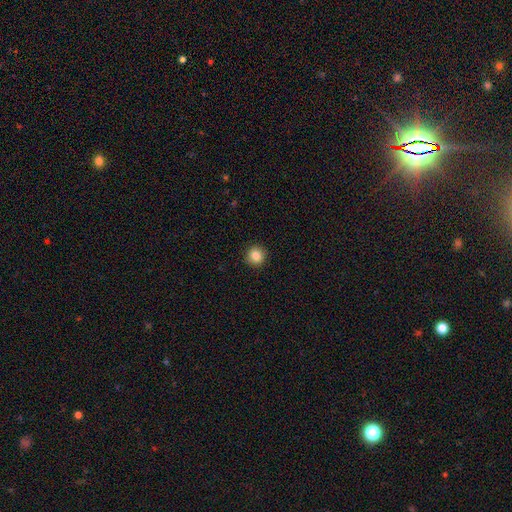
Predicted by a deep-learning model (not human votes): A smooth galaxy with no disk features (84%) that is round (93%). Merging: none (92%).